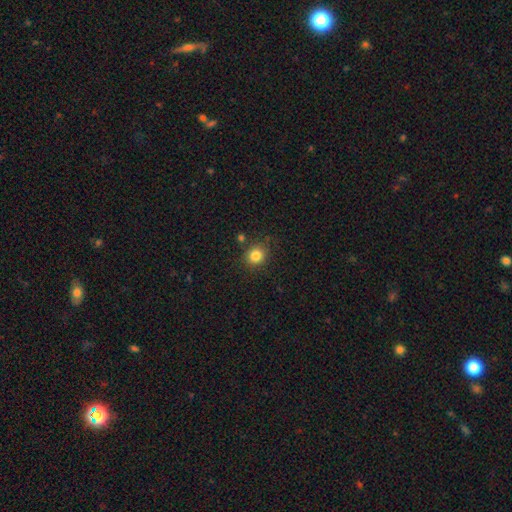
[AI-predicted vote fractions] A smooth galaxy with no disk features (83%) that is round (82%). Merging: none (84%).